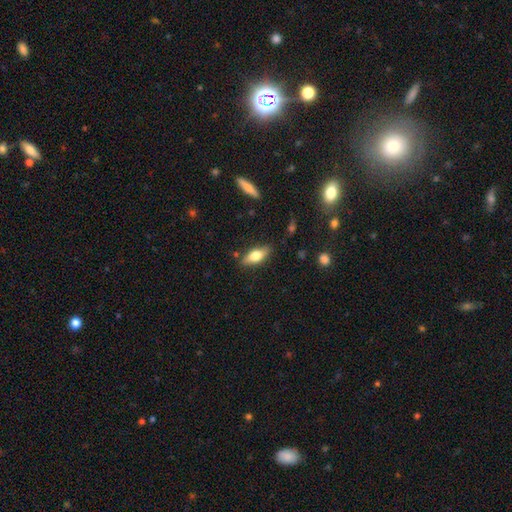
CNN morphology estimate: Smooth or featured?
  - smooth: 65% *
  - featured or disk: 28%
  - star or artifact: 7%
How rounded?
  - in between: 70% *
  - cigar-shaped: 27%
  - round: 3%
Merging?
  - none: 83% *
  - minor disturbance: 12%
  - major disturbance: 3%
  - merger: 2%